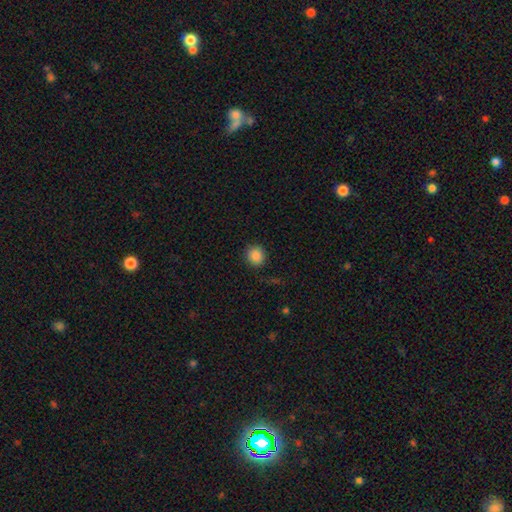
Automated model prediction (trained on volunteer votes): The model was most divided on "smooth or featured": smooth: 86%, star or artifact: 10%, featured or disk: 4%. More confident: merging — none (89%); how rounded — round (88%).